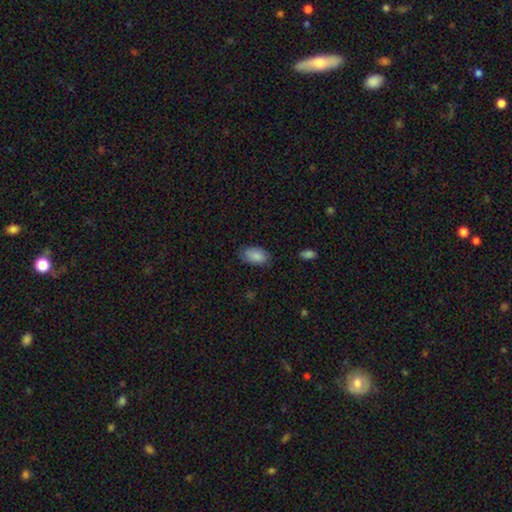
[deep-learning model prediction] The model was most divided on "merging": none: 77%, minor disturbance: 18%, major disturbance: 4%, merger: 1%. More confident: how rounded — in between (94%); smooth or featured — smooth (87%).